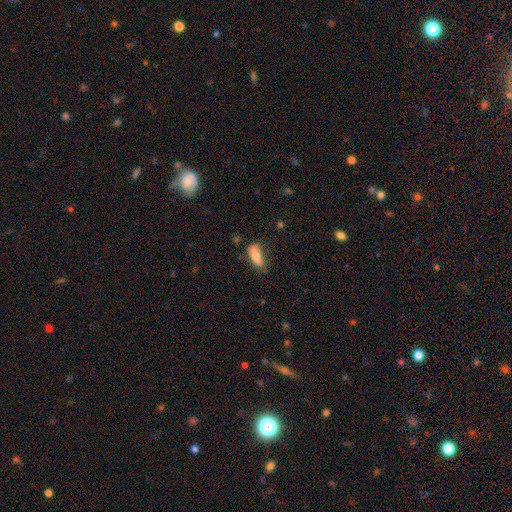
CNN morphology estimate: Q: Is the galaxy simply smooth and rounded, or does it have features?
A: smooth — 75%.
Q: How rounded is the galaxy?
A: in between — 77%.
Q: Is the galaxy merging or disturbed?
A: none — 53%.